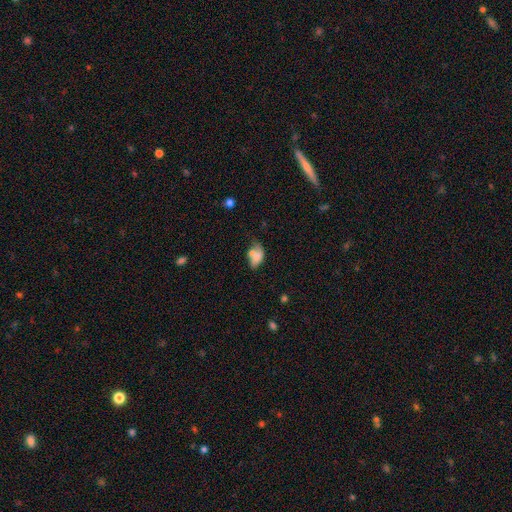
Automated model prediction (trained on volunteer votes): This appears to be a smooth galaxy with no disk features (67%) that is in between round and cigar-shaped (87%). Merging: merger (36%).